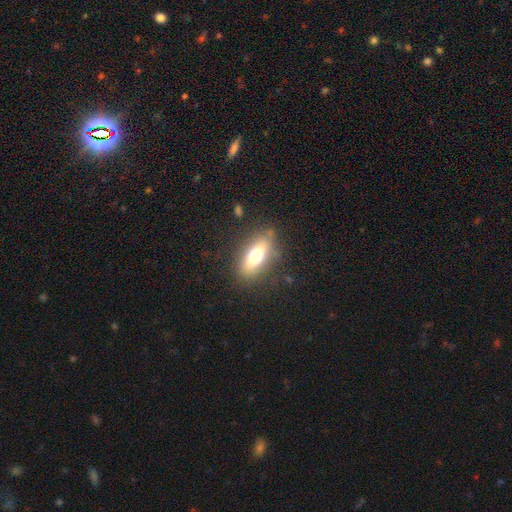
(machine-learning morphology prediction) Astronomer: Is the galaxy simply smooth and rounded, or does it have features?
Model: smooth — 61%.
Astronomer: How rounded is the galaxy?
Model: in between — 70%.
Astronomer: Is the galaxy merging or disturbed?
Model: none — 82%.